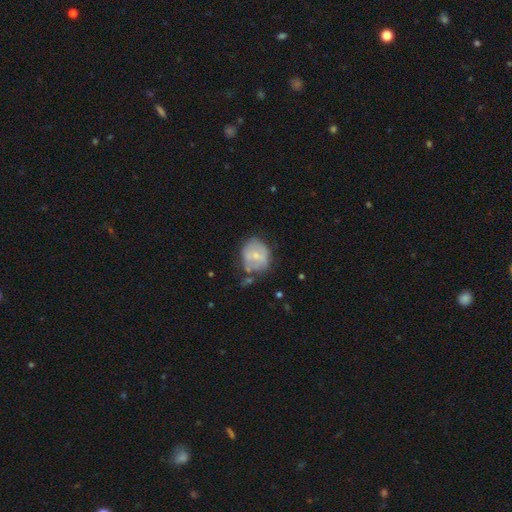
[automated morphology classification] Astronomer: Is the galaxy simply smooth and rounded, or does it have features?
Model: smooth — 57% (runner-up: featured or disk, 35%).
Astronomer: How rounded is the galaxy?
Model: round — 72%.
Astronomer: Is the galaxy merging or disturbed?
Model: none — 51% (runner-up: minor disturbance, 28%).